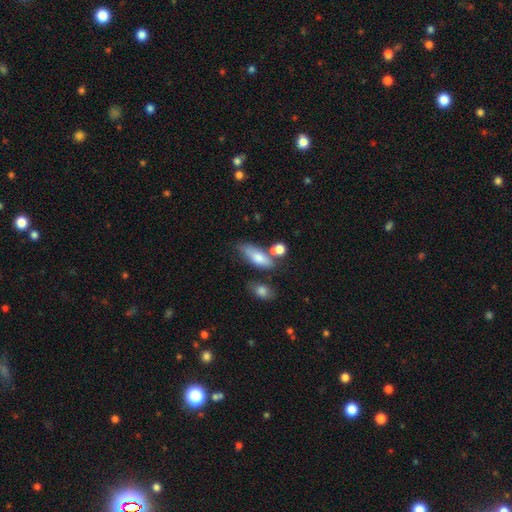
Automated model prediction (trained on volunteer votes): Q: Smooth or featured?
A: smooth (72%); runner-up: featured or disk (19%)
Q: How rounded?
A: in between (65%); runner-up: cigar-shaped (30%)
Q: Merging?
A: none (53%); runner-up: minor disturbance (20%)